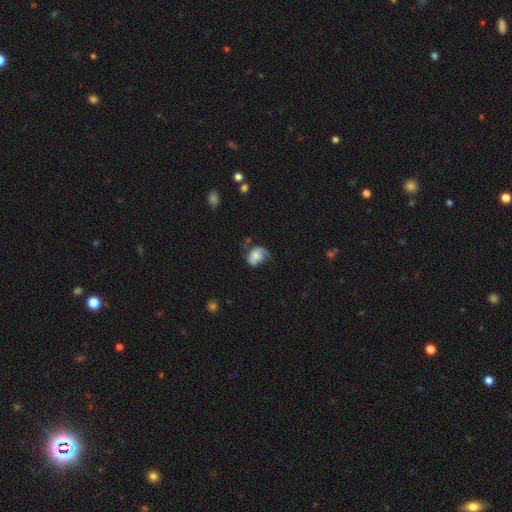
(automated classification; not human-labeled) The model was most divided on "merging": none: 36%, minor disturbance: 33%, major disturbance: 26%, merger: 5%. Remaining: smooth or featured — smooth (49%).